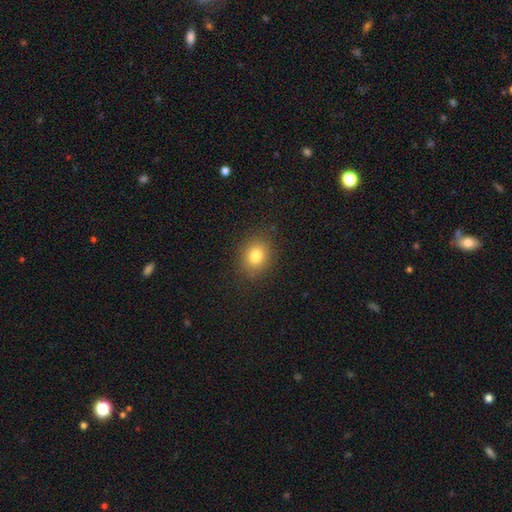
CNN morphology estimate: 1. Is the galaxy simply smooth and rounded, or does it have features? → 81% smooth, 11% star or artifact, 8% featured or disk.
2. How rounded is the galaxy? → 54% round, 45% in between, 1% cigar-shaped.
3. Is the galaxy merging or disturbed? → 87% none, 9% minor disturbance, 3% major disturbance, 1% merger.